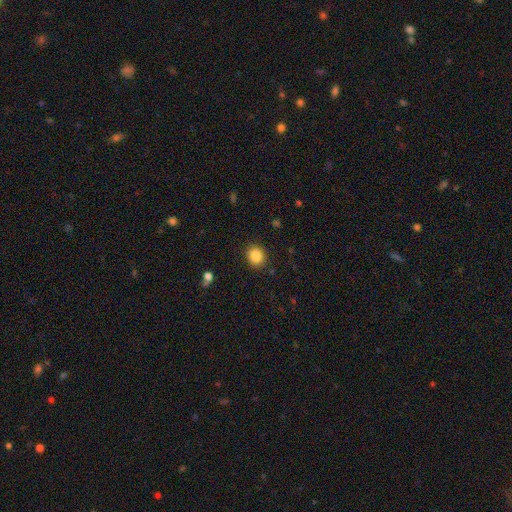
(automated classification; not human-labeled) smooth 86%, star or artifact 10%, featured or disk 4%. Down the decision tree: how rounded — round (75%); merging — none (89%).